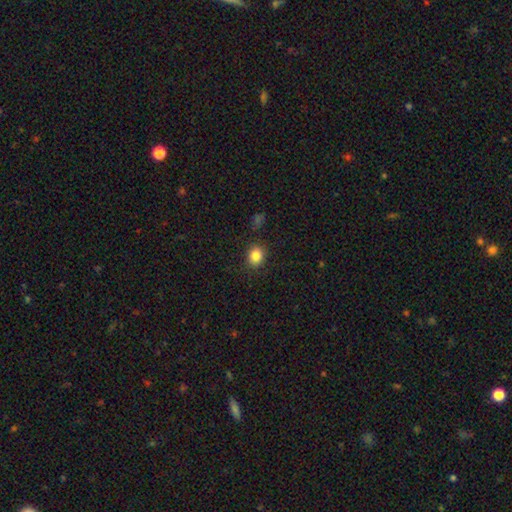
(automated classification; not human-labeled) Smooth or featured?
  - smooth: 85% *
  - star or artifact: 10%
  - featured or disk: 5%
How rounded?
  - round: 61% *
  - in between: 38%
  - cigar-shaped: 1%
Merging?
  - none: 86% *
  - minor disturbance: 10%
  - major disturbance: 3%
  - merger: 1%